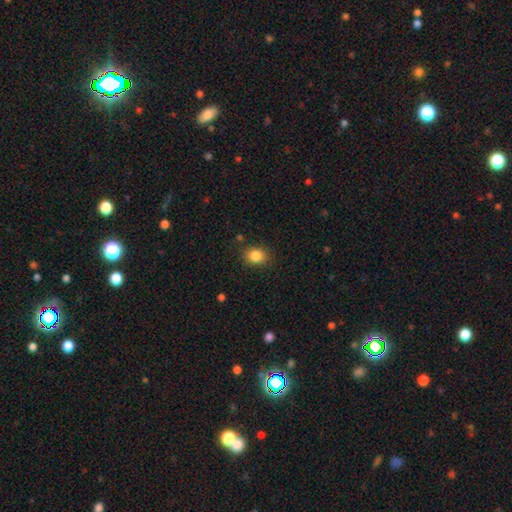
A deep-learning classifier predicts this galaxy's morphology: Smooth or featured: smooth — 85% (star or artifact — 10%)
How rounded: round — 53% (in between — 46%)
Merging: none — 84% (minor disturbance — 11%)